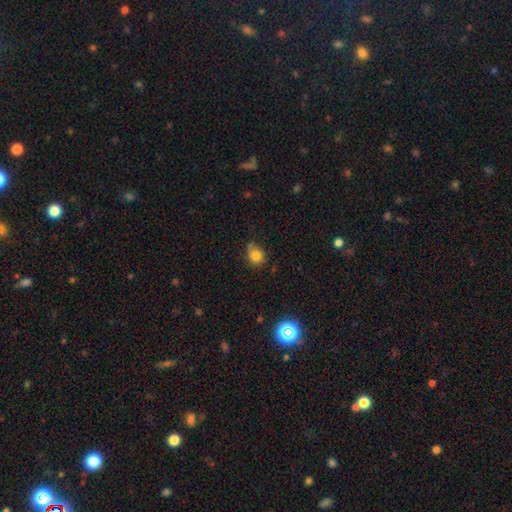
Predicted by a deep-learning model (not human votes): This is clearly a smooth galaxy (81%). How rounded: likely round (77%). Merging: likely none (62%).